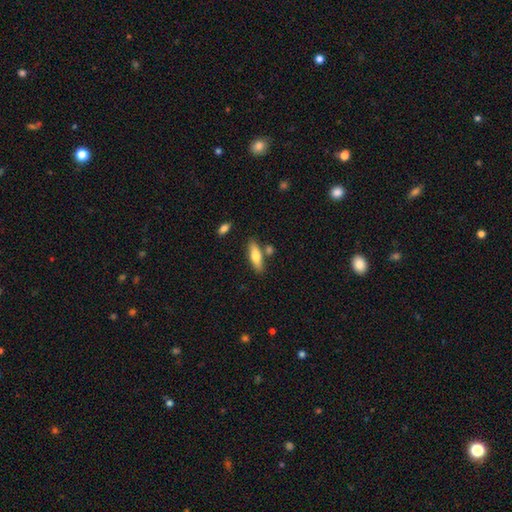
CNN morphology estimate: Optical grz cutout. It shows a smooth galaxy with no disk features (69%) that is cigar-shaped (56%). Merging: none (76%).